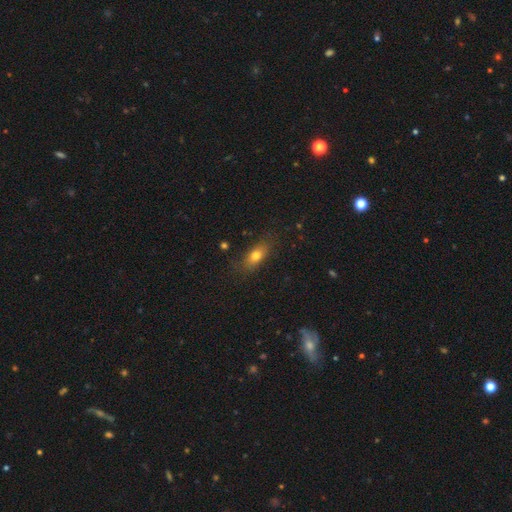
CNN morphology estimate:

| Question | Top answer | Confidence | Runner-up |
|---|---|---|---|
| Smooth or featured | smooth | 75% | featured or disk (15%) |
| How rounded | in between | 76% | cigar-shaped (14%) |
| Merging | none | 73% | minor disturbance (19%) |